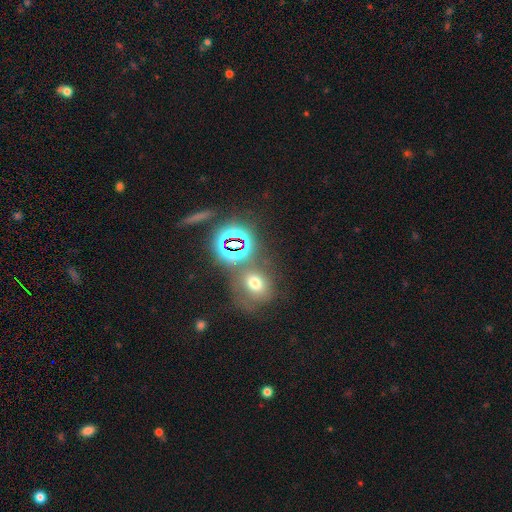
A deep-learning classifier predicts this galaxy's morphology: The model was most divided on "smooth or featured": star or artifact: 60%, smooth: 23%, featured or disk: 16%.